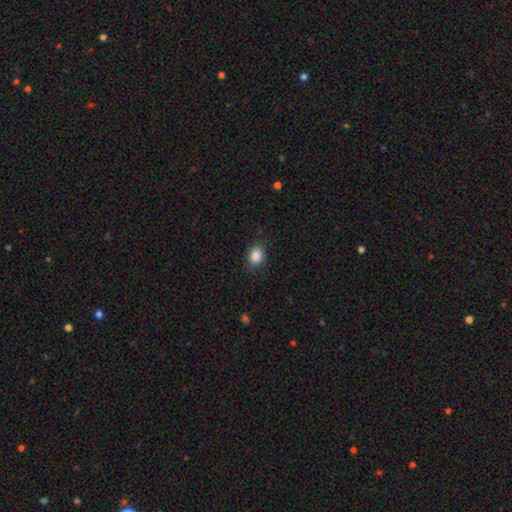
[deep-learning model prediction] Smooth or featured: smooth — 86% (star or artifact — 9%)
How rounded: in between — 58% (round — 41%)
Merging: none — 84% (minor disturbance — 12%)